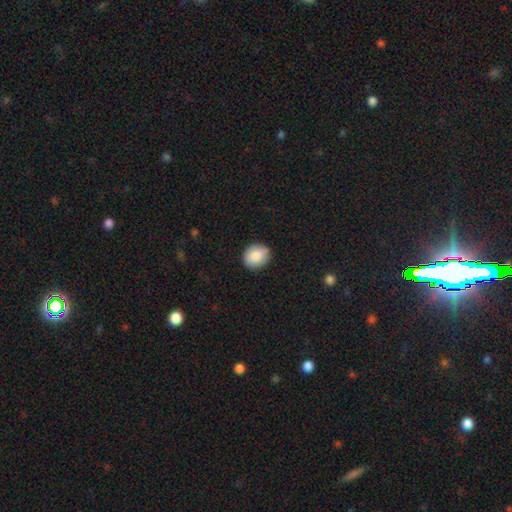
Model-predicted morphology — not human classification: The model was most divided on "how rounded": round: 70%, in between: 29%, cigar-shaped: 1%. More confident: merging — none (86%); smooth or featured — smooth (85%).